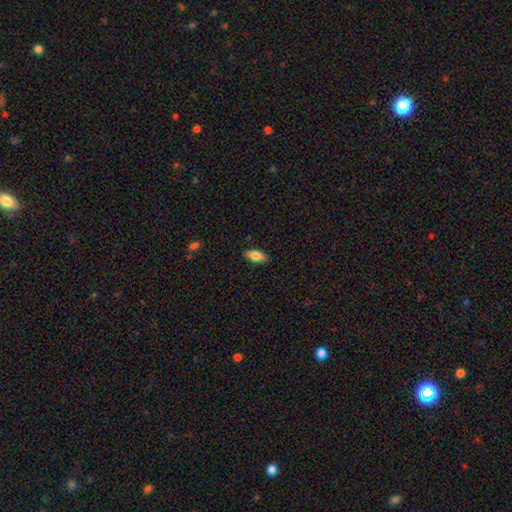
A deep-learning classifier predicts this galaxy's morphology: A smooth galaxy with no disk features (81%) that is in between round and cigar-shaped (86%).

Vote fractions:
- Smooth or featured? smooth: 81% / featured or disk: 12% / star or artifact: 7%
- How rounded? in between: 86% / cigar-shaped: 11% / round: 3%
- Merging? none: 87% / minor disturbance: 10% / major disturbance: 2% / merger: 1%